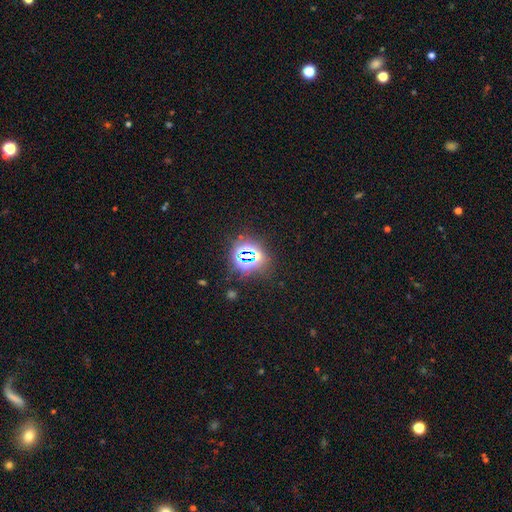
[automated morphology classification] Q: Smooth or featured?
A: star or artifact (73%); runner-up: smooth (19%)